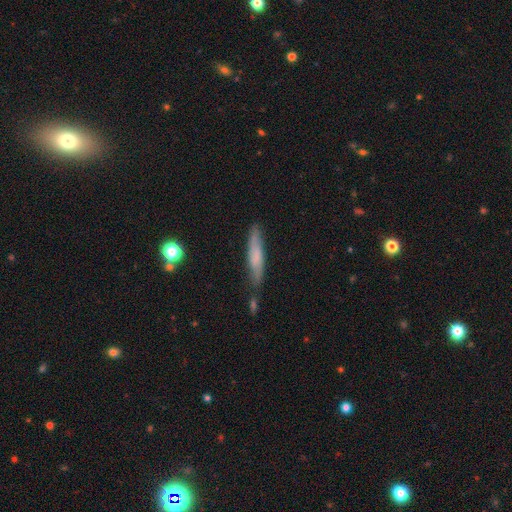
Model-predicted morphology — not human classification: Overall: smooth (62%; featured or disk 31%). How rounded: cigar-shaped (89%). Merging: none (74%).